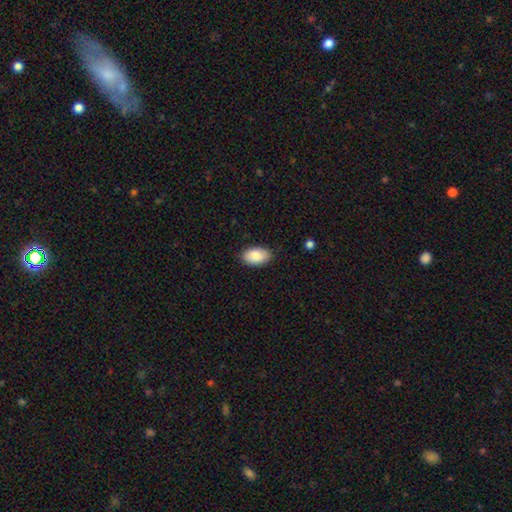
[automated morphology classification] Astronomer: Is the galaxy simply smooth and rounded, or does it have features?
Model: smooth — 86%.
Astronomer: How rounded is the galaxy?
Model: in between — 93%.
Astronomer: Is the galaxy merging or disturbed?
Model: none — 86%.